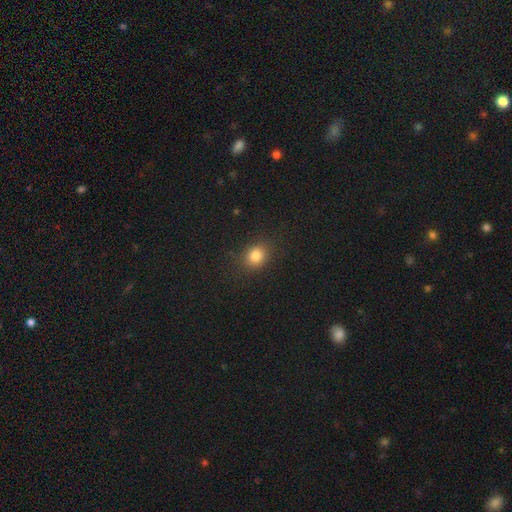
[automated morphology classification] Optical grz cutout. It shows a smooth galaxy with no disk features (82%) that is round (64%). Merging: none (85%).